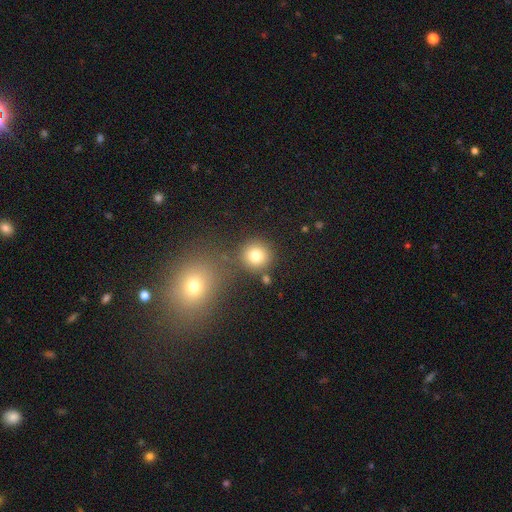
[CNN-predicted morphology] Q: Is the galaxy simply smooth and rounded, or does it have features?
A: smooth — 80%.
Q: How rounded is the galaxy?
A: round — 91%.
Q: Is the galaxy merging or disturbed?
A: none — 79%.